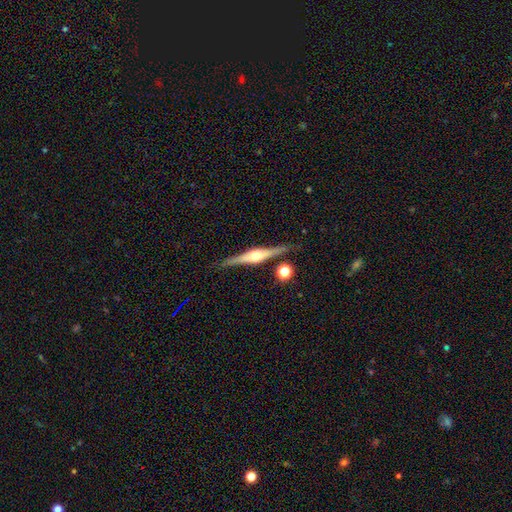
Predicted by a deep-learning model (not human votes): smooth-or-featured: featured or disk: 80% | smooth: 14% | star or artifact: 6%
  disk-edge-on: yes: 98% | no: 2%
    edge-on-bulge: rounded: 90% | boxy: 8% | none: 2%
  merging: none: 86% | minor disturbance: 9% | merger: 3% | major disturbance: 2%